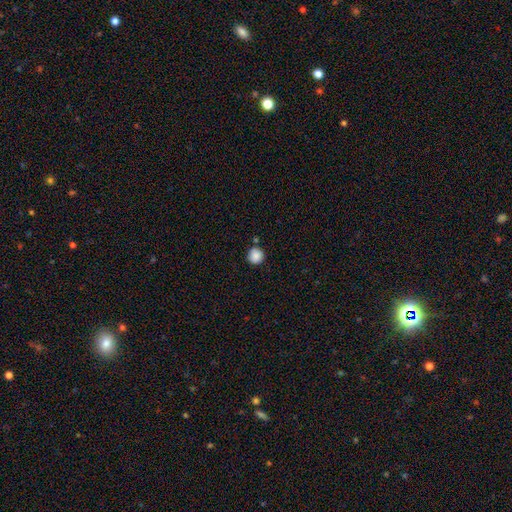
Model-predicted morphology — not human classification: smooth-or-featured: smooth: 87% | star or artifact: 9% | featured or disk: 4%
  how-rounded: round: 94% | in between: 5% | cigar-shaped: 1%
  merging: none: 81% | minor disturbance: 10% | merger: 6% | major disturbance: 3%